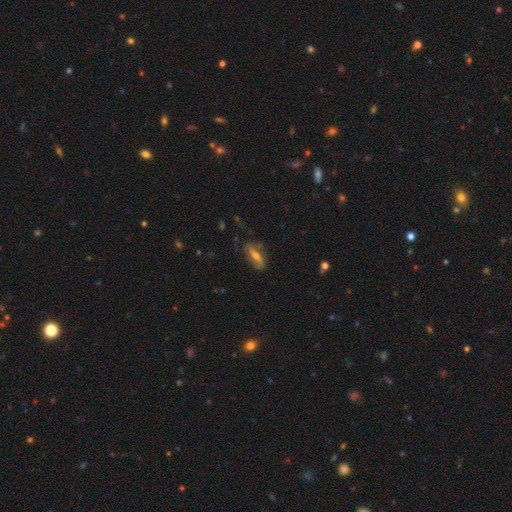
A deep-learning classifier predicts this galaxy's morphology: smooth_or_featured: featured or disk (p=0.57) [alt: smooth p=0.34]
disk_edge_on: no (p=0.76) [alt: yes p=0.24]
merging: none (p=0.67) [alt: minor disturbance p=0.22]